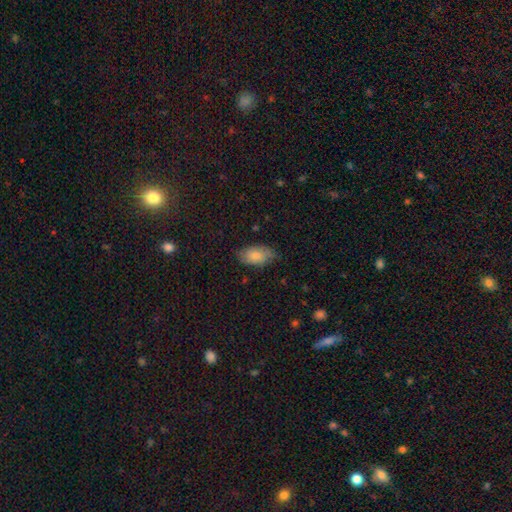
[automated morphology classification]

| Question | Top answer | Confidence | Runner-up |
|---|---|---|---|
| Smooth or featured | smooth | 74% | featured or disk (19%) |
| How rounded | in between | 93% | round (5%) |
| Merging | none | 67% | minor disturbance (26%) |